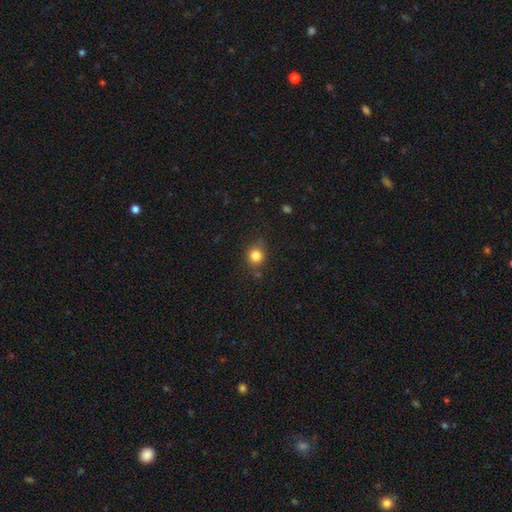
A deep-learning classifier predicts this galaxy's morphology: smooth 82%, star or artifact 12%, featured or disk 6%. Down the decision tree: how rounded — round (83%); merging — none (76%).